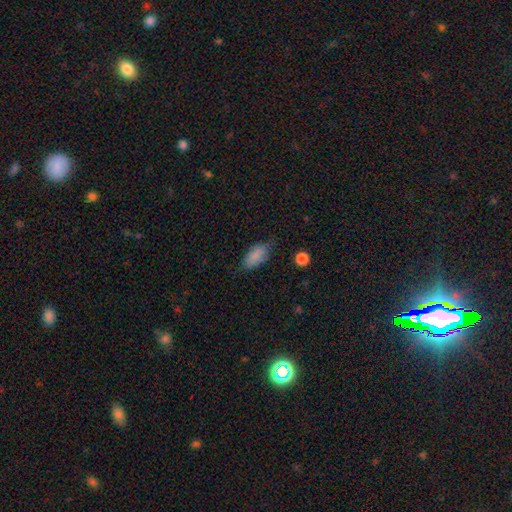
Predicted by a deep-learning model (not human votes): smooth-or-featured: smooth: 85% | star or artifact: 8% | featured or disk: 7%
  how-rounded: in between: 90% | cigar-shaped: 6% | round: 3%
  merging: none: 69% | minor disturbance: 24% | major disturbance: 5% | merger: 2%